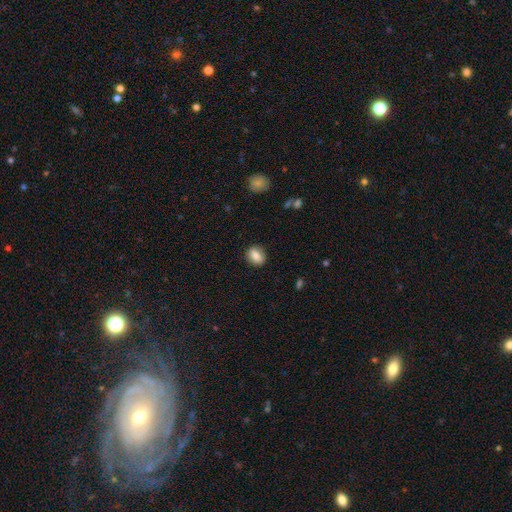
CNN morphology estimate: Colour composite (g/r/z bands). It shows a smooth galaxy with no disk features (82%) that is in between round and cigar-shaped (55%). Merging: none (87%).